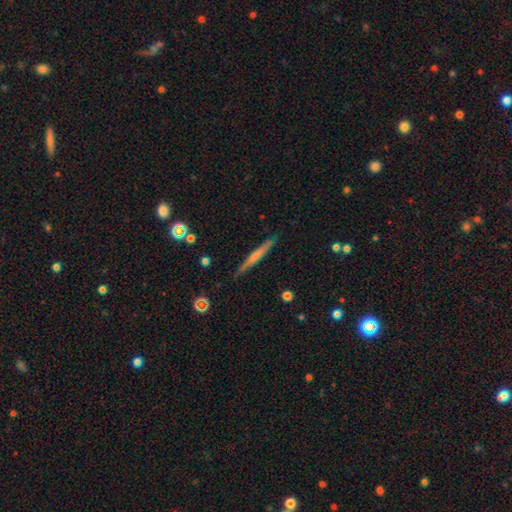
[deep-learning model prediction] Q: Smooth or featured?
A: featured or disk (52%); runner-up: smooth (41%)
Q: Edge-on disk?
A: yes (97%); runner-up: no (3%)
Q: Edge-on bulge?
A: none (57%); runner-up: rounded (34%)
Q: Merging?
A: none (89%); runner-up: minor disturbance (8%)